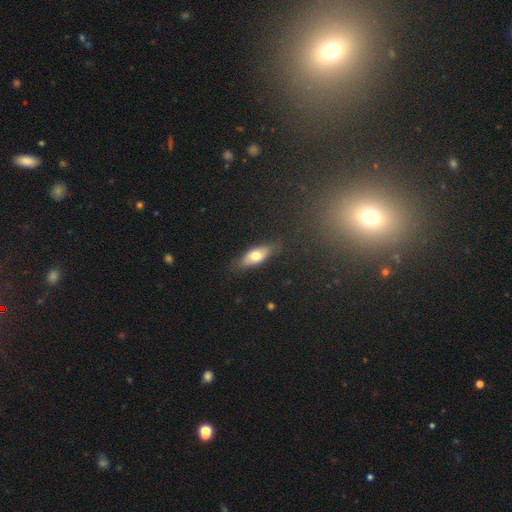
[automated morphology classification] smooth-or-featured: smooth: 67% | featured or disk: 27% | star or artifact: 6%
  how-rounded: in between: 75% | cigar-shaped: 22% | round: 3%
  merging: none: 82% | minor disturbance: 14% | major disturbance: 3% | merger: 1%